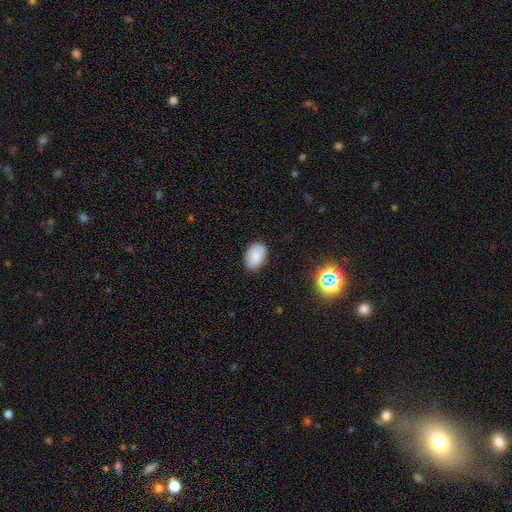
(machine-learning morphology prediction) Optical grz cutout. It shows a smooth galaxy with no disk features (83%) that is in between round and cigar-shaped (87%). Merging: none (82%).